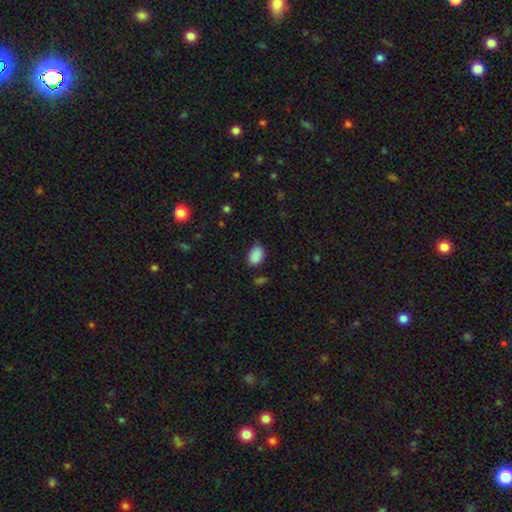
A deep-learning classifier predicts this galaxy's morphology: Smooth or featured? smooth (88%)
How rounded? in between (87%)
Merging? none (74%)